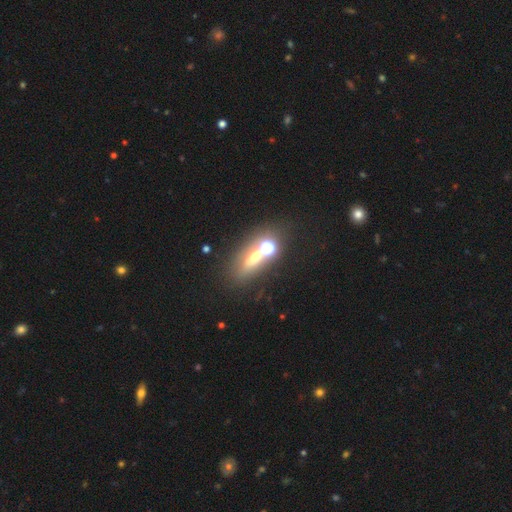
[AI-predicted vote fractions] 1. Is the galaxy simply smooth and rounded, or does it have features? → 43% smooth, 31% featured or disk, 26% star or artifact.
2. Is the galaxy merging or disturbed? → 50% none, 30% merger, 12% minor disturbance, 8% major disturbance.